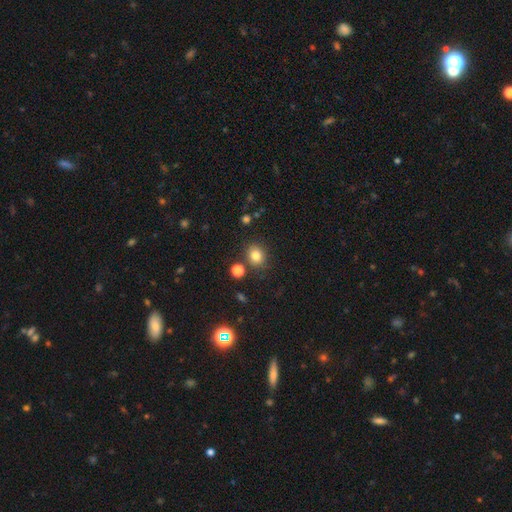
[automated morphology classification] The model was most divided on "how rounded": round: 69%, in between: 30%, cigar-shaped: 1%. More confident: smooth or featured — smooth (81%); merging — none (81%).